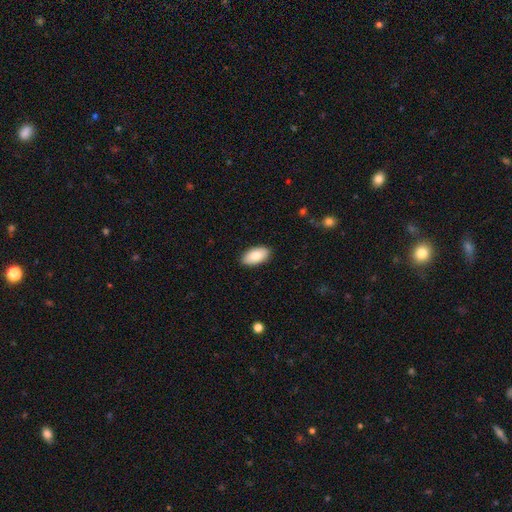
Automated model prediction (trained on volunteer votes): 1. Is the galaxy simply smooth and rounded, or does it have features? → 82% smooth, 12% featured or disk, 6% star or artifact.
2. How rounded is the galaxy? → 95% in between, 3% round, 2% cigar-shaped.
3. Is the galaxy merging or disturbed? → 89% none, 8% minor disturbance, 2% major disturbance, 1% merger.